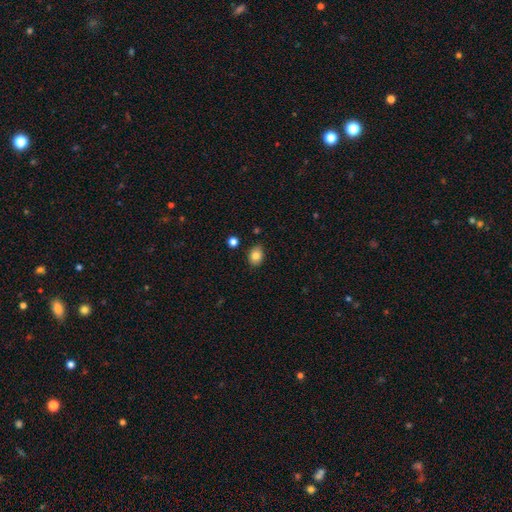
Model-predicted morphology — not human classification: Smooth or featured?
  - smooth: 83% *
  - star or artifact: 9%
  - featured or disk: 8%
How rounded?
  - in between: 67% *
  - round: 32%
  - cigar-shaped: 1%
Merging?
  - none: 83% *
  - minor disturbance: 12%
  - merger: 2%
  - major disturbance: 2%